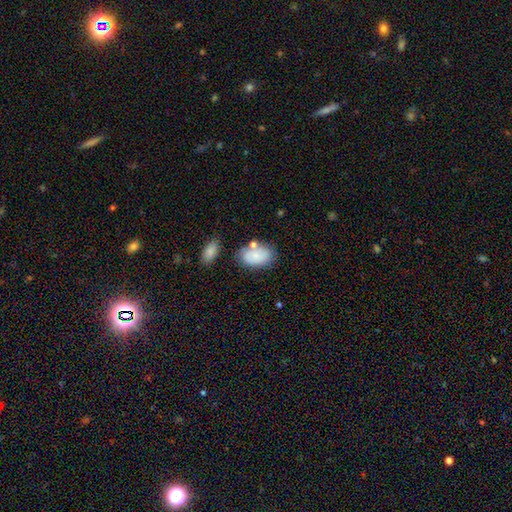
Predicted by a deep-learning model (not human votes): This appears to be a smooth galaxy with no disk features (75%) that is in between round and cigar-shaped (91%). Merging: none (61%).